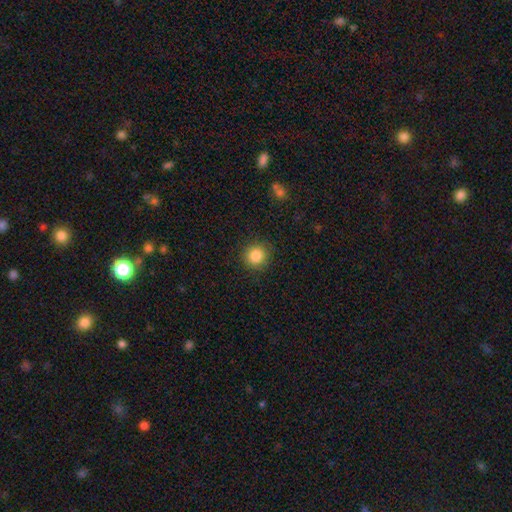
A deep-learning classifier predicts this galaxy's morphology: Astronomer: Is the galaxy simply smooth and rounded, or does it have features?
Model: smooth — 85%.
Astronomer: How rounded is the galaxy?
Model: round — 91%.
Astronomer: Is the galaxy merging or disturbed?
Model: none — 89%.